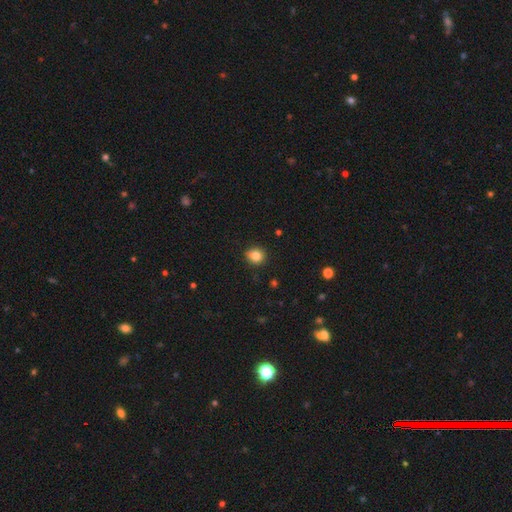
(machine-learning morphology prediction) This appears to be a smooth galaxy with no disk features (83%) that is round (80%). Merging: none (88%).